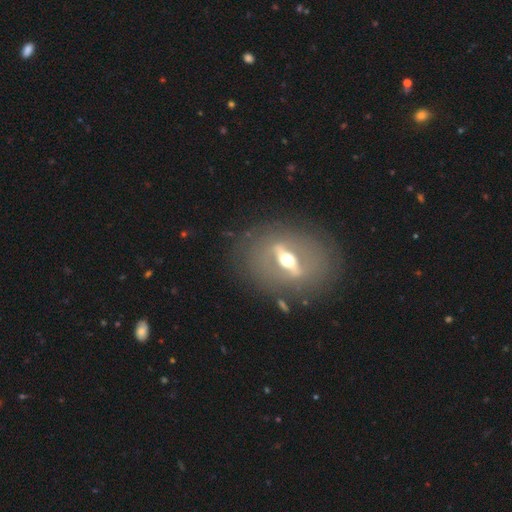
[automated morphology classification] A featured or disk galaxy (71%). Merging: none (81%).